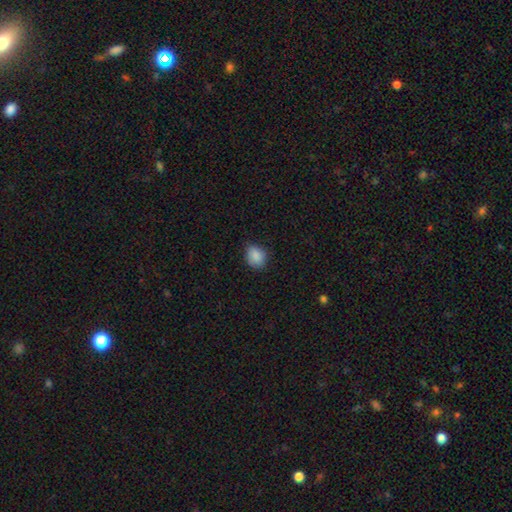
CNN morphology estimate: This is clearly a smooth galaxy (88%). How rounded: possibly round (50%). Merging: likely none (78%).